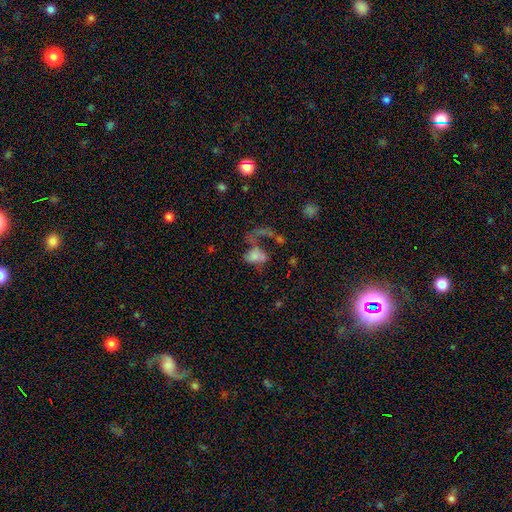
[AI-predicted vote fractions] Q: Smooth or featured?
A: smooth (53%); runner-up: featured or disk (33%)
Q: How rounded?
A: in between (80%); runner-up: round (17%)
Q: Merging?
A: major disturbance (42%); runner-up: merger (29%)